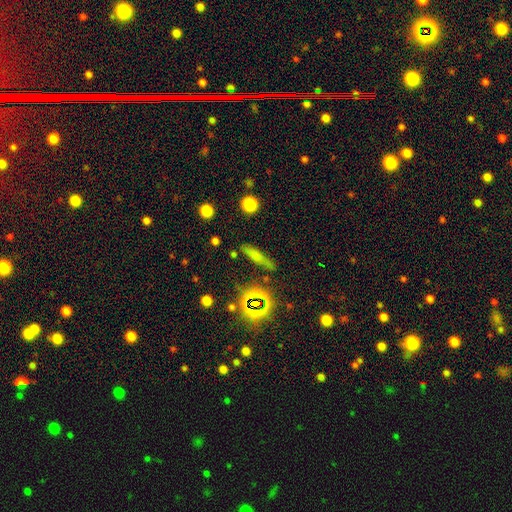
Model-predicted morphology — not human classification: Smooth or featured: smooth — 42% (featured or disk — 30%)
Merging: none — 81% (minor disturbance — 12%)